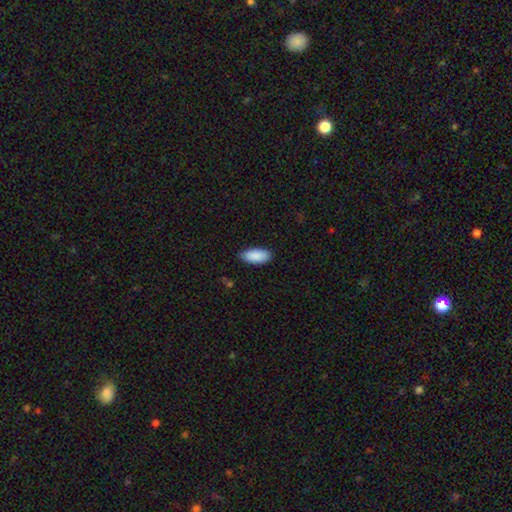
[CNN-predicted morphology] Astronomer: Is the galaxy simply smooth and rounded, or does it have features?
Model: smooth — 90%.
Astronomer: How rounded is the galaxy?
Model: in between — 91%.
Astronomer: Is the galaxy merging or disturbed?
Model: none — 84%.